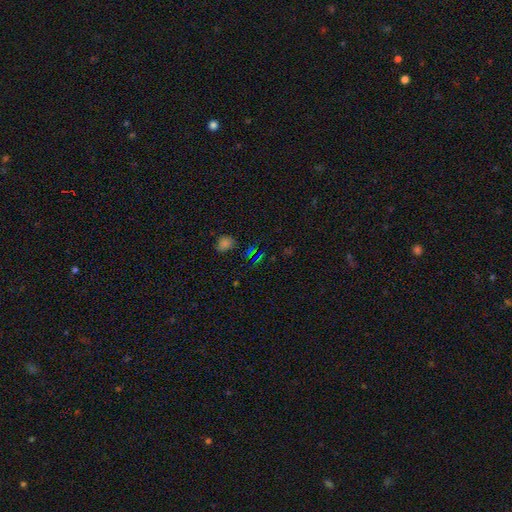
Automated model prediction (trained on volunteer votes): Smooth or featured? star or artifact (55%)